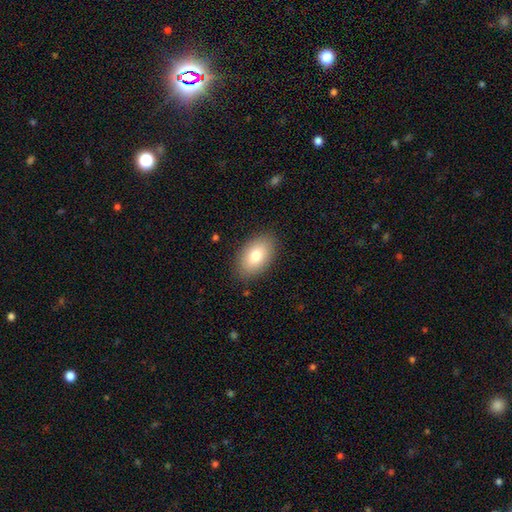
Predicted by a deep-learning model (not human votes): Smooth or featured: smooth — 79% (featured or disk — 14%)
How rounded: in between — 91% (round — 7%)
Merging: none — 86% (minor disturbance — 10%)